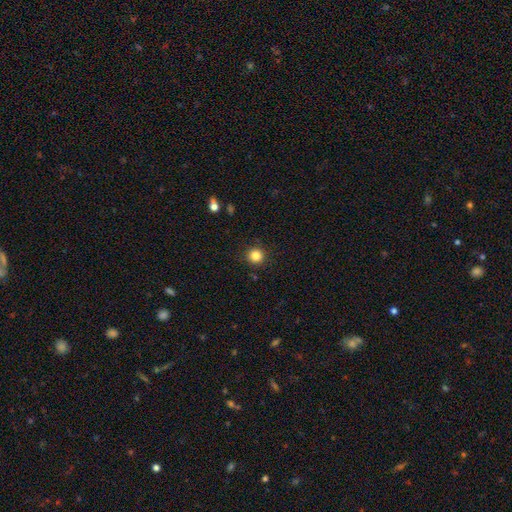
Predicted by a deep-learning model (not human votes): This appears to be a smooth galaxy with no disk features (84%) that is round (94%). Merging: none (91%).